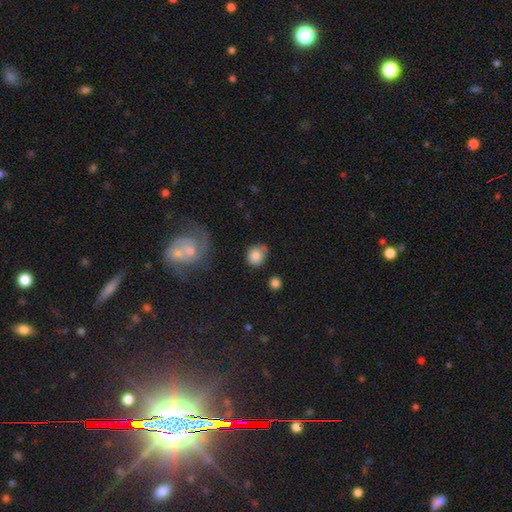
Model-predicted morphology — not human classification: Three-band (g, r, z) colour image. It shows a smooth galaxy with no disk features (81%) that is round (74%). Merging: none (64%).